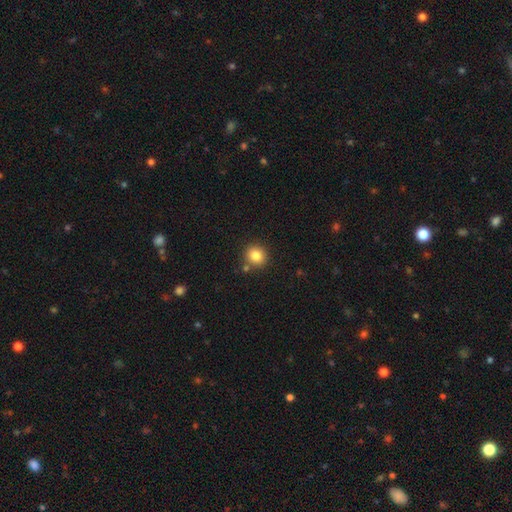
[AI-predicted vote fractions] Smooth or featured?
  - smooth: 84% *
  - star or artifact: 11%
  - featured or disk: 6%
How rounded?
  - round: 86% *
  - in between: 13%
  - cigar-shaped: 1%
Merging?
  - none: 81% *
  - minor disturbance: 9%
  - merger: 8%
  - major disturbance: 3%